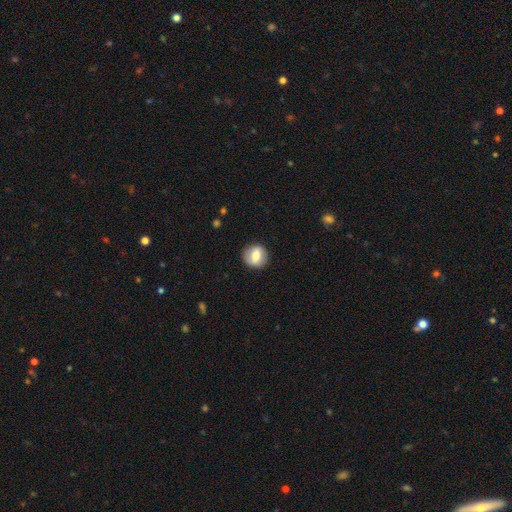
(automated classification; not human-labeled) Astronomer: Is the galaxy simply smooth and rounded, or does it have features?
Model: smooth — 62%.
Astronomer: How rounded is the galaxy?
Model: round — 81%.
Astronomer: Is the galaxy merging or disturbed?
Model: none — 85%.